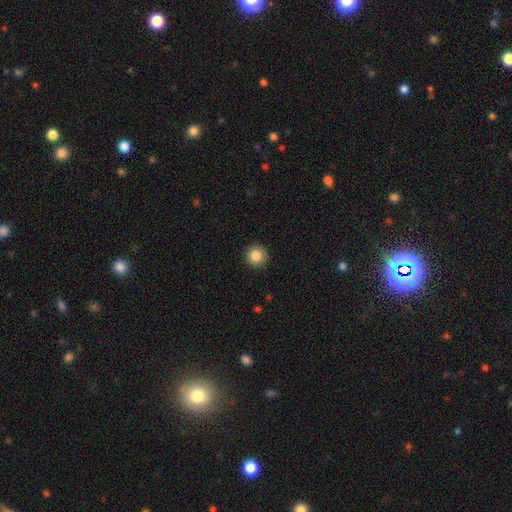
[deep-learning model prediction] smooth-or-featured: smooth: 86% | star or artifact: 9% | featured or disk: 5%
  how-rounded: round: 96% | in between: 3% | cigar-shaped: 1%
  merging: none: 92% | minor disturbance: 5% | major disturbance: 2% | merger: 1%